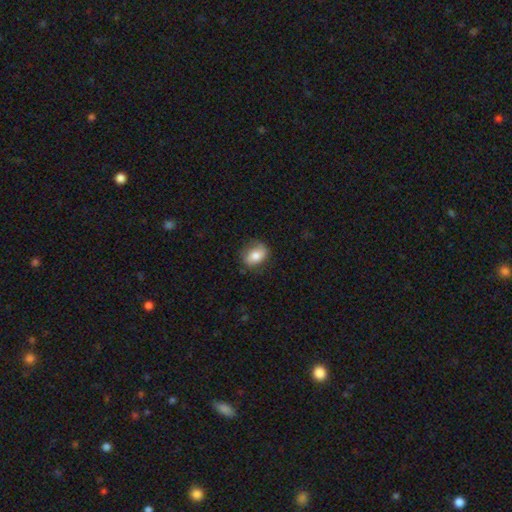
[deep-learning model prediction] A smooth galaxy with no disk features (72%) that is in between round and cigar-shaped (68%). Merging: none (69%).